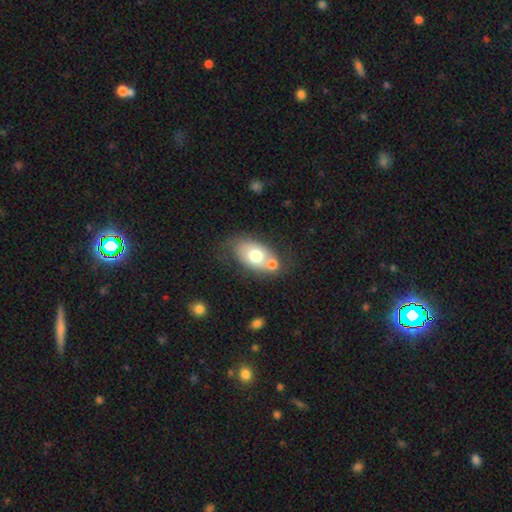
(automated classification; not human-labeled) This is likely a smooth galaxy (65%). How rounded: clearly in between (85%). Merging: possibly none (47%).